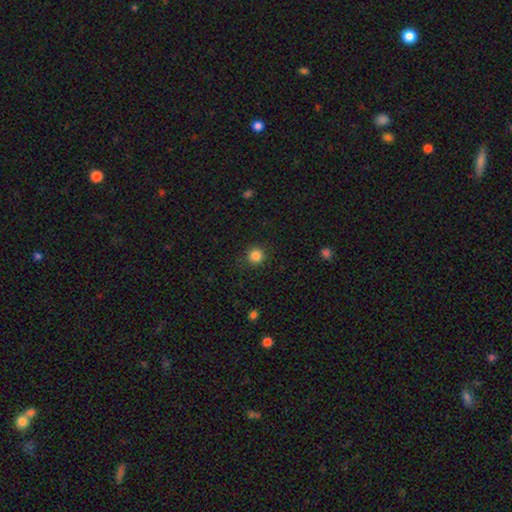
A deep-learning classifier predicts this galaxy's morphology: The model was most divided on "smooth or featured": smooth: 85%, star or artifact: 11%, featured or disk: 4%. More confident: how rounded — round (94%); merging — none (89%).